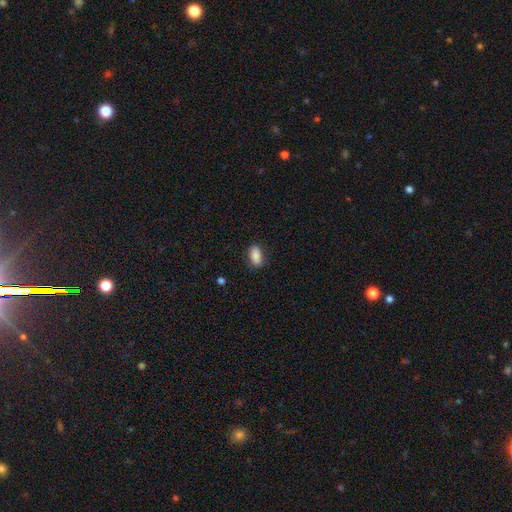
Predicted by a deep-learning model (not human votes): A smooth galaxy with no disk features (88%) that is in between round and cigar-shaped (91%).

Vote fractions:
- Smooth or featured? smooth: 88% / star or artifact: 8% / featured or disk: 4%
- How rounded? in between: 91% / round: 5% / cigar-shaped: 4%
- Merging? none: 80% / minor disturbance: 15% / major disturbance: 3% / merger: 1%